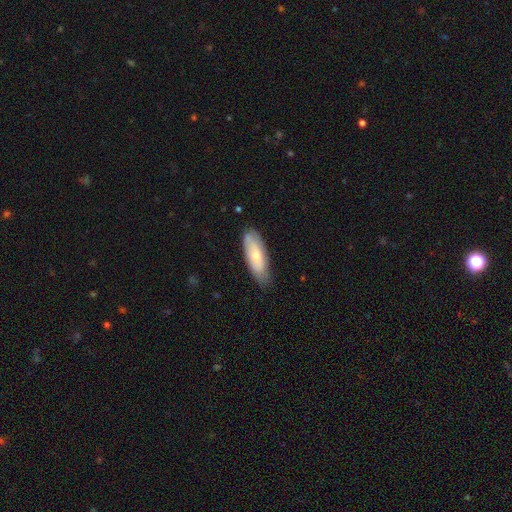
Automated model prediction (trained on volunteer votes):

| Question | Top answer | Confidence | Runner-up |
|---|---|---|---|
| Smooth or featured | smooth | 68% | featured or disk (26%) |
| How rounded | in between | 64% | cigar-shaped (34%) |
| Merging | none | 75% | minor disturbance (20%) |